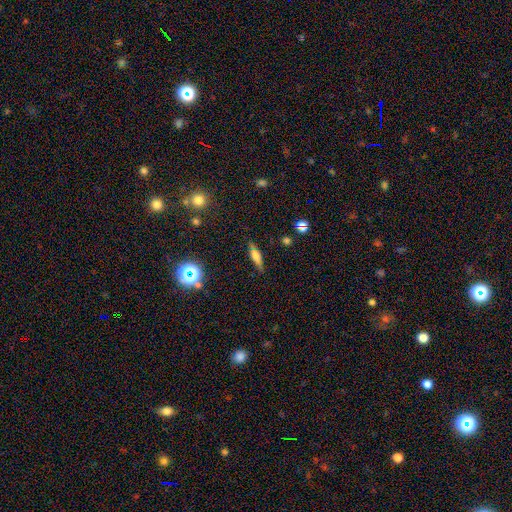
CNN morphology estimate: This is possibly a smooth galaxy (50%). Merging: likely none (79%).